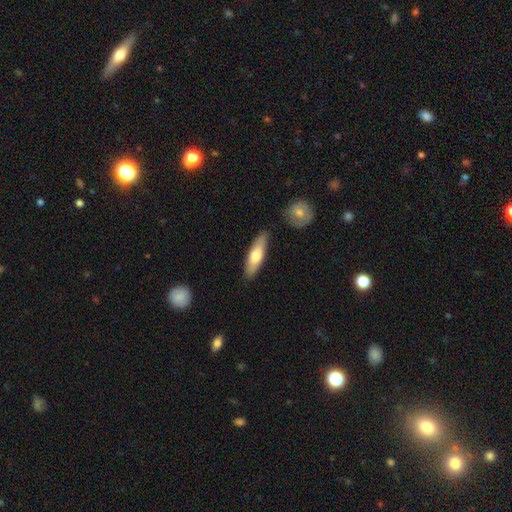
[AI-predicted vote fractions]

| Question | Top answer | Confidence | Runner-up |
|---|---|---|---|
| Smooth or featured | smooth | 67% | featured or disk (28%) |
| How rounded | cigar-shaped | 57% | in between (41%) |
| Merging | none | 83% | minor disturbance (11%) |